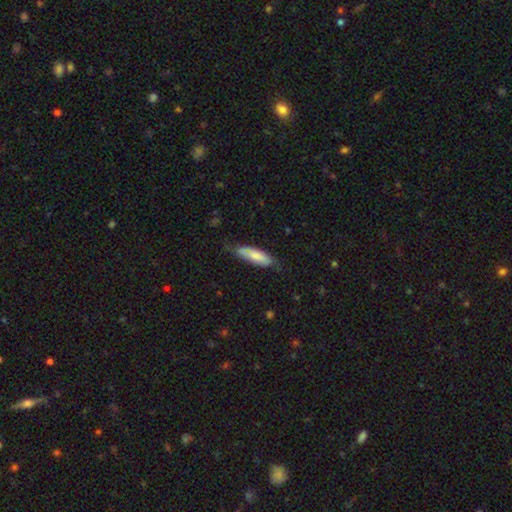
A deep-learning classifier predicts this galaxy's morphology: smooth 66%, featured or disk 28%, star or artifact 6%. Down the decision tree: how rounded — in between (51%); merging — none (57%).